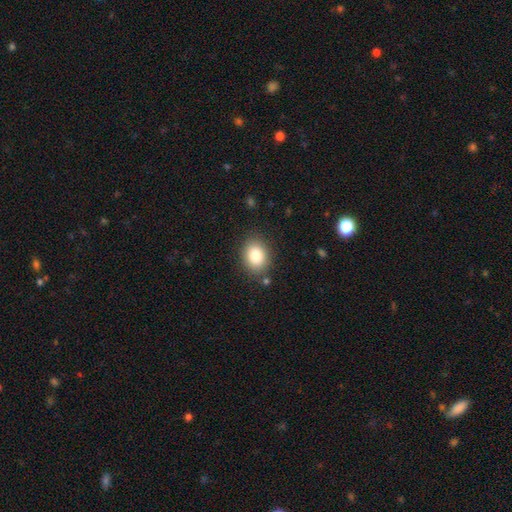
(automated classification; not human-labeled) Q: Smooth or featured?
A: smooth (83%); runner-up: star or artifact (9%)
Q: How rounded?
A: in between (62%); runner-up: round (37%)
Q: Merging?
A: none (84%); runner-up: minor disturbance (11%)